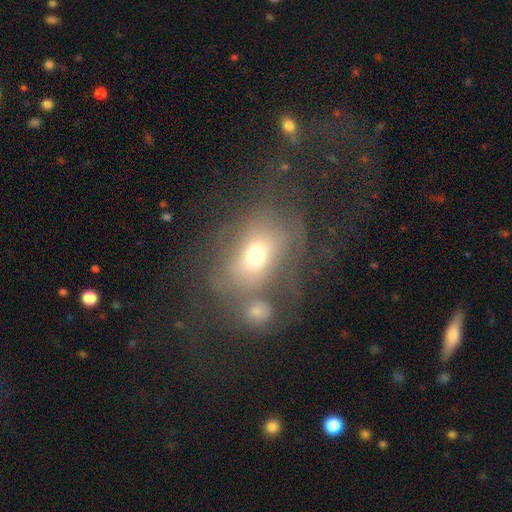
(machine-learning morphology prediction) smooth 53%, featured or disk 33%, star or artifact 13%. Down the decision tree: how rounded — in between (59%); merging — none (34%).